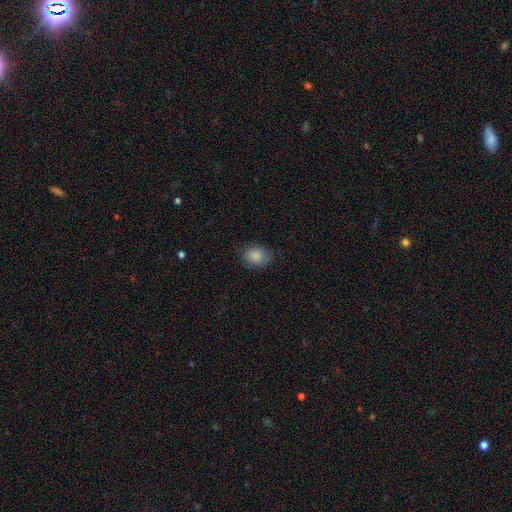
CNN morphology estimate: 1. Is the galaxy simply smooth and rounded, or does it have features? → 87% smooth, 8% star or artifact, 5% featured or disk.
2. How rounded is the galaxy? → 60% in between, 39% round, 1% cigar-shaped.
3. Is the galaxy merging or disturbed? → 79% none, 16% minor disturbance, 4% major disturbance, 1% merger.